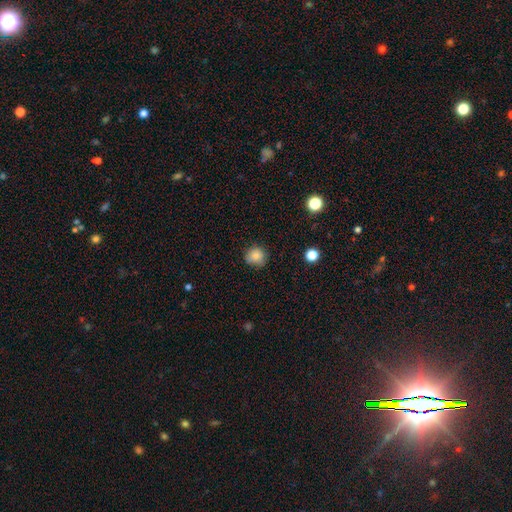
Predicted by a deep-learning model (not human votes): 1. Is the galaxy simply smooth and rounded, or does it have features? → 84% smooth, 11% star or artifact, 5% featured or disk.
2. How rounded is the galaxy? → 88% round, 11% in between, 1% cigar-shaped.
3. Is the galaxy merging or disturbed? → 81% none, 15% minor disturbance, 3% major disturbance, 1% merger.